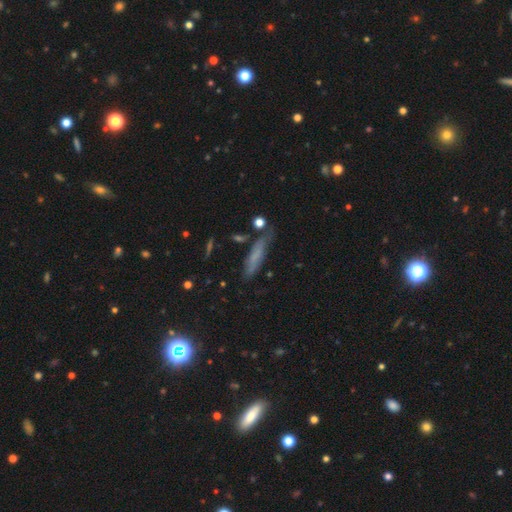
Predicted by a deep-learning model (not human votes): smooth 62%, featured or disk 27%, star or artifact 11%. Down the decision tree: how rounded — cigar-shaped (79%); merging — none (67%).